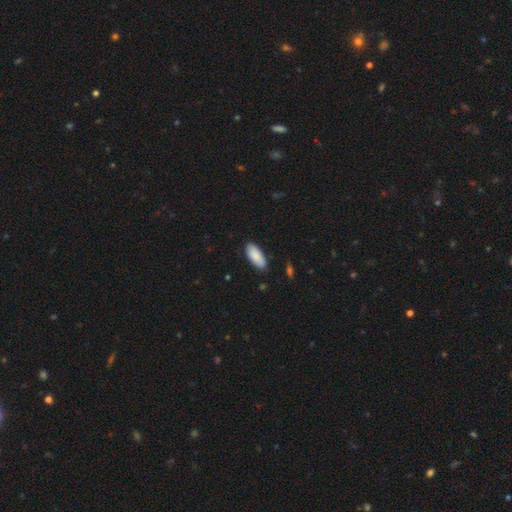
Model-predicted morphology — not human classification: A smooth galaxy with no disk features (89%) that is in between round and cigar-shaped (86%).

Vote fractions:
- Smooth or featured? smooth: 89% / star or artifact: 6% / featured or disk: 5%
- How rounded? in between: 86% / cigar-shaped: 13% / round: 1%
- Merging? none: 86% / minor disturbance: 11% / major disturbance: 2% / merger: 1%